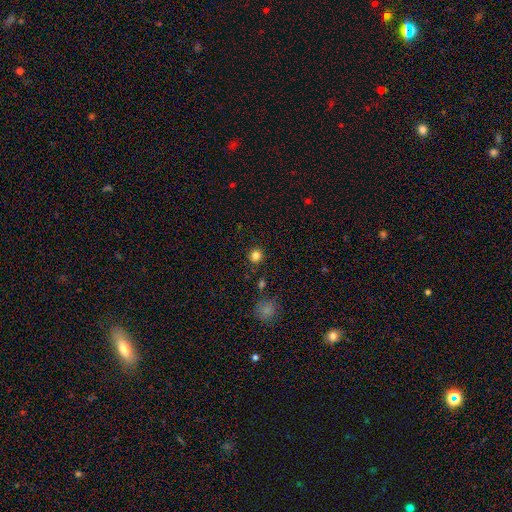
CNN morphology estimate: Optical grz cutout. It shows a smooth galaxy with no disk features (83%) that is round (92%). Merging: none (87%).